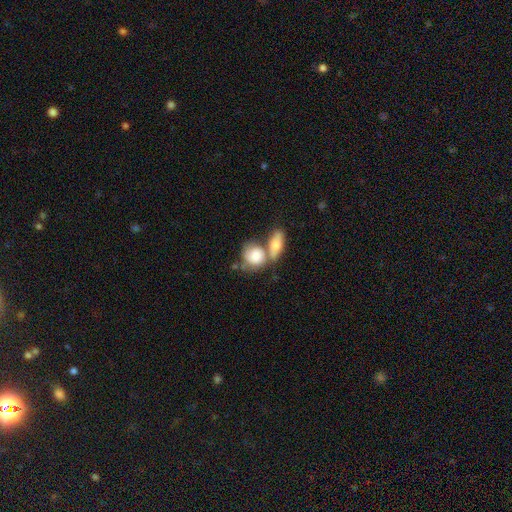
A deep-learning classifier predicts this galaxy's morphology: Smooth or featured? smooth (79%)
How rounded? round (53%)
Merging? merger (55%)